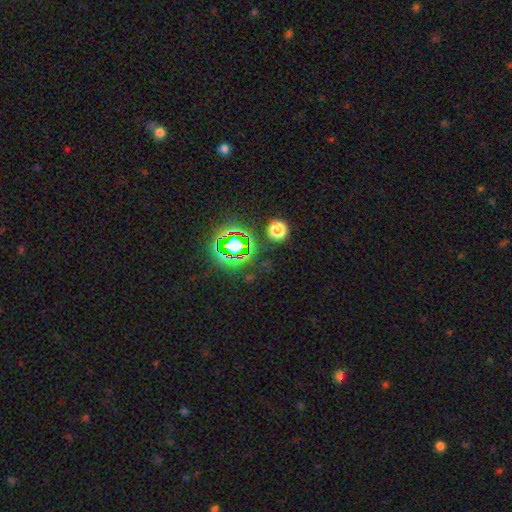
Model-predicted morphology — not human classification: A star or artifact, not a galaxy (77%).

Vote fractions:
- Smooth or featured? star or artifact: 77% / smooth: 15% / featured or disk: 8%